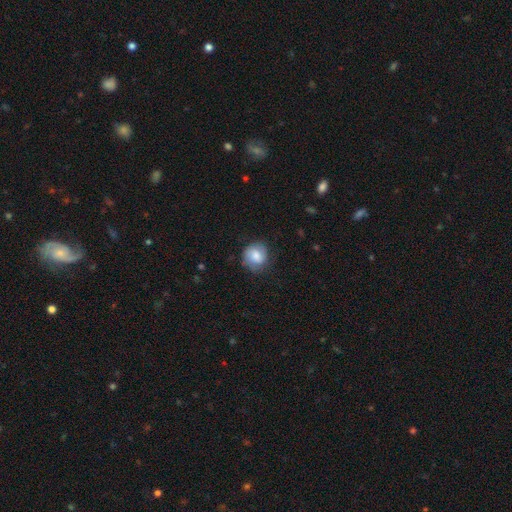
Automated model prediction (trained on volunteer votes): This is likely a smooth galaxy (74%). How rounded: clearly round (83%). Merging: likely none (73%).